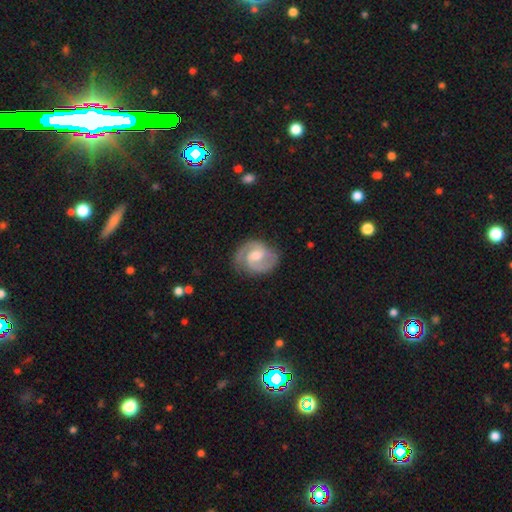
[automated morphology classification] The model was most divided on "spiral winding": medium: 50%, tight: 38%, loose: 12%. More confident: edge-on disk — no (98%); spiral arms — yes (96%); spiral arm count — 2 (87%); smooth or featured — featured or disk (84%); merging — none (77%); bulge size — moderate (62%); bar — weak (53%).